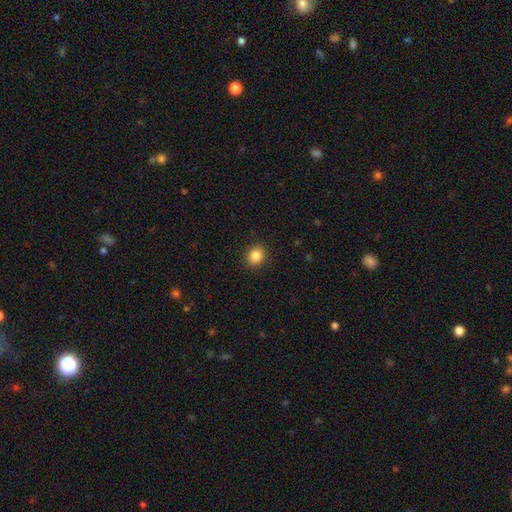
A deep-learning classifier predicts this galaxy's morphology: The model was most divided on "how rounded": round: 79%, in between: 20%, cigar-shaped: 1%. More confident: merging — none (90%); smooth or featured — smooth (85%).